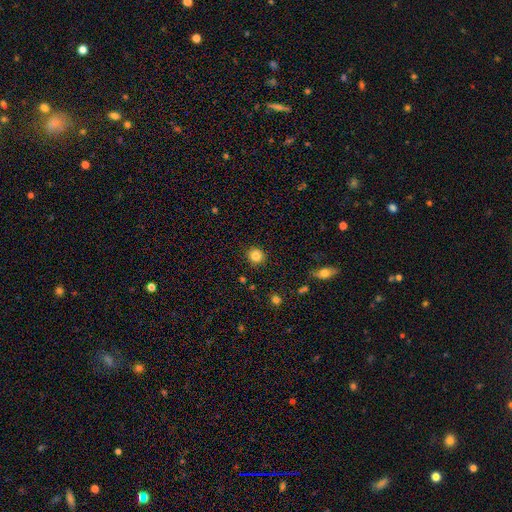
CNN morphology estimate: type=smooth (84%); roundness=round (89%); merging=none (89%).